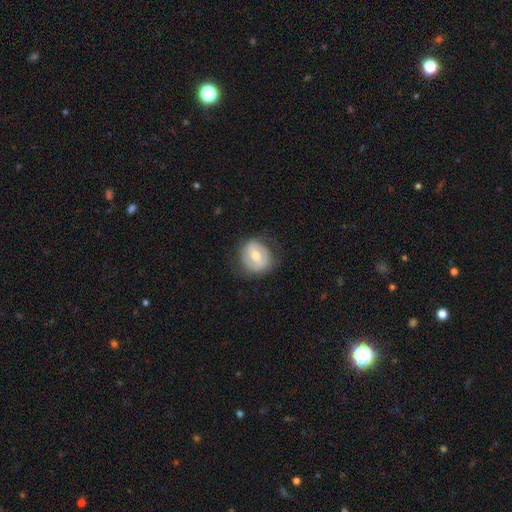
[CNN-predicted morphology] Smooth or featured: featured or disk — 48% (smooth — 45%)
Merging: none — 76% (minor disturbance — 17%)